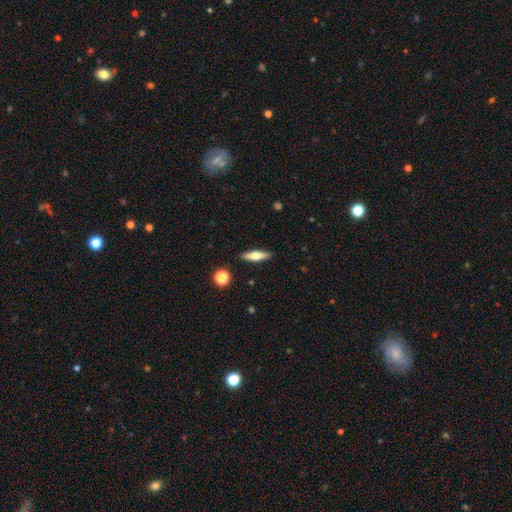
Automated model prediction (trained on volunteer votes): smooth 51%, featured or disk 42%, star or artifact 7%. Down the decision tree: how rounded — cigar-shaped (64%); merging — none (90%).